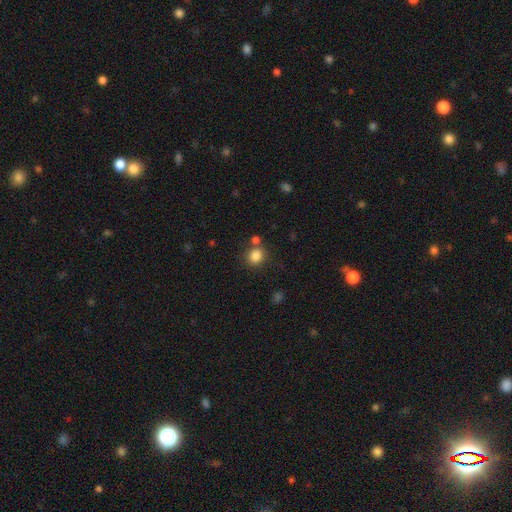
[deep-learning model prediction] Smooth or featured? smooth (84%)
How rounded? round (81%)
Merging? none (73%)